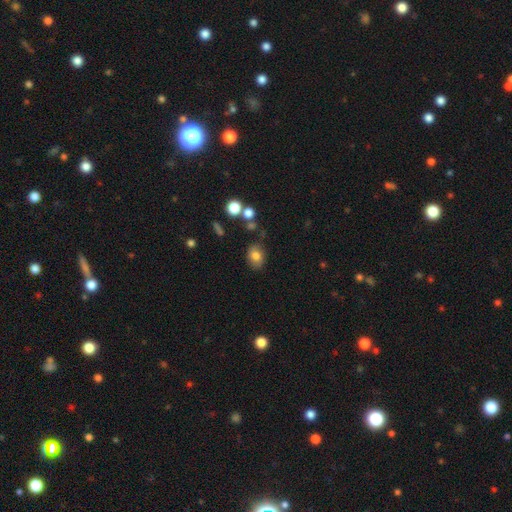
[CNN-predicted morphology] smooth-or-featured: smooth: 78% | star or artifact: 11% | featured or disk: 10%
  how-rounded: in between: 65% | round: 34% | cigar-shaped: 1%
  merging: none: 75% | minor disturbance: 16% | merger: 5% | major disturbance: 5%